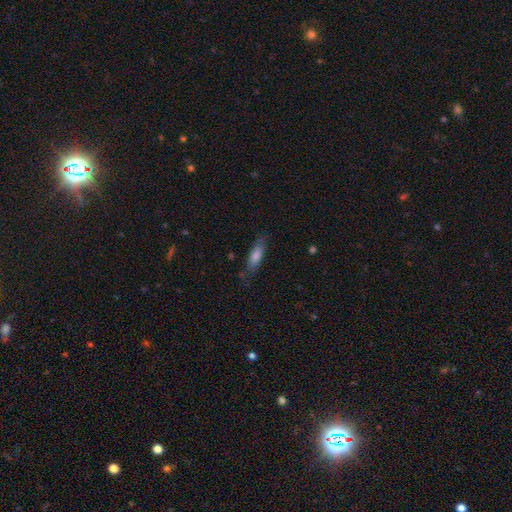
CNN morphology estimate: smooth 58%, featured or disk 32%, star or artifact 11%. Down the decision tree: how rounded — cigar-shaped (62%); merging — none (77%).